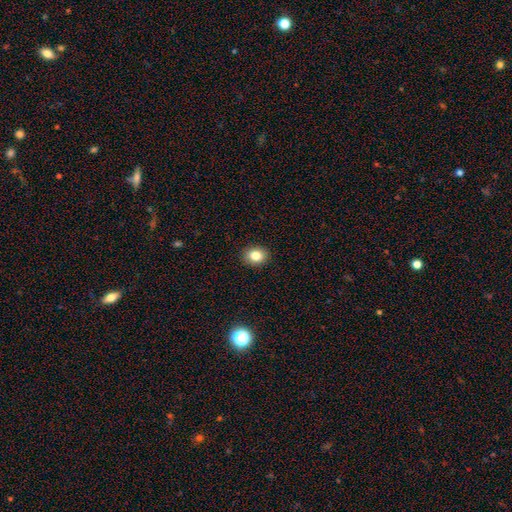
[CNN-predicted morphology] smooth-or-featured: smooth: 83% | star or artifact: 10% | featured or disk: 7%
  how-rounded: round: 52% | in between: 47% | cigar-shaped: 1%
  merging: none: 90% | minor disturbance: 7% | major disturbance: 2% | merger: 1%